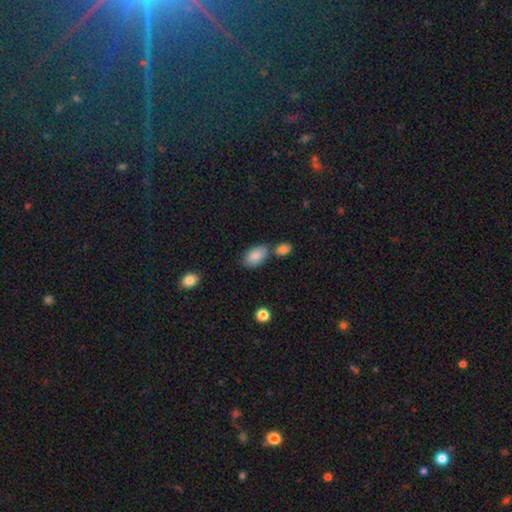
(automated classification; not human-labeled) Smooth or featured? smooth (85%)
How rounded? in between (92%)
Merging? none (61%)